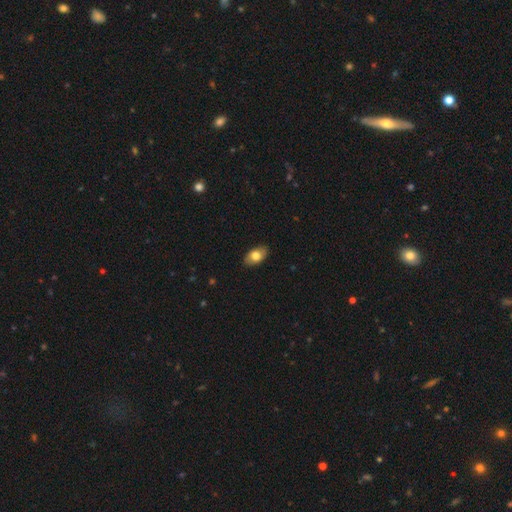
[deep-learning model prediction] Smooth or featured?
  - smooth: 77% *
  - featured or disk: 17%
  - star or artifact: 7%
How rounded?
  - in between: 90% *
  - round: 7%
  - cigar-shaped: 2%
Merging?
  - none: 86% *
  - minor disturbance: 11%
  - major disturbance: 2%
  - merger: 1%